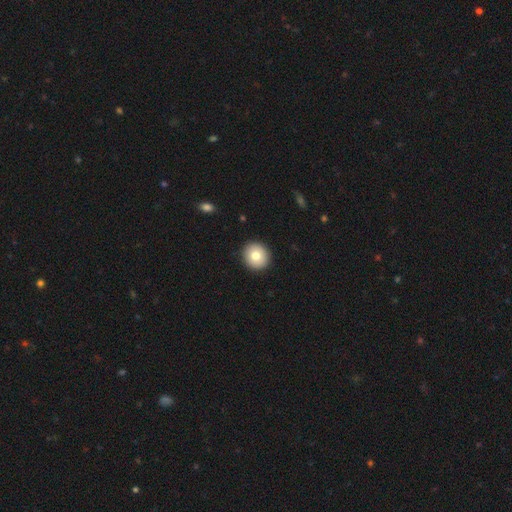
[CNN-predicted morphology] A smooth galaxy with no disk features (77%) that is round (92%). Merging: none (93%).